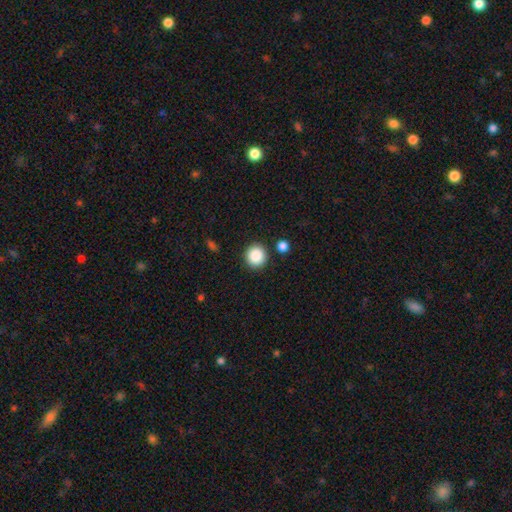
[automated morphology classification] A smooth galaxy with no disk features (88%) that is round (92%).

Vote fractions:
- Smooth or featured? smooth: 88% / star or artifact: 9% / featured or disk: 3%
- How rounded? round: 92% / in between: 7% / cigar-shaped: 1%
- Merging? none: 87% / minor disturbance: 7% / merger: 4% / major disturbance: 2%